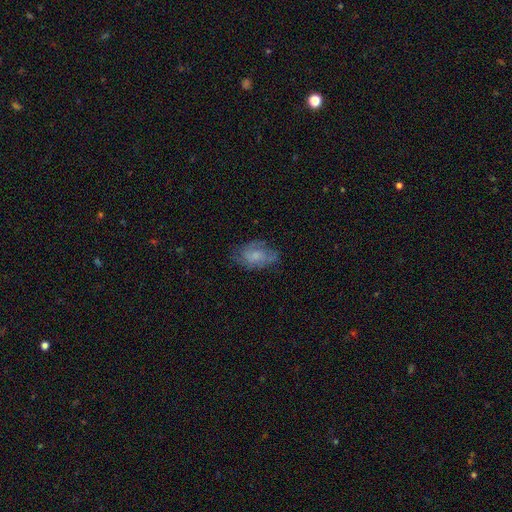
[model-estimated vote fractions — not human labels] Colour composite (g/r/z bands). It shows a smooth galaxy with no disk features (53%) that is in between round and cigar-shaped (87%). Merging: none (61%).